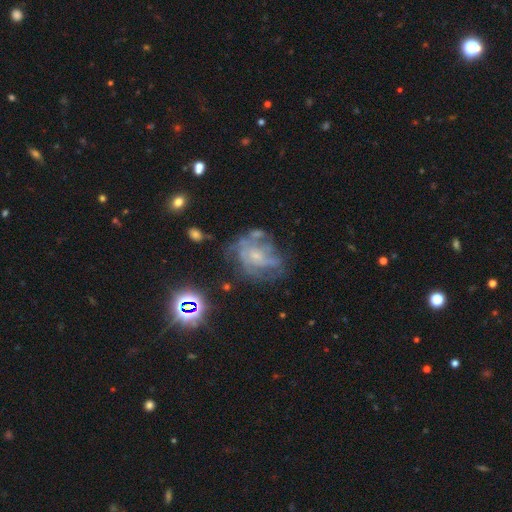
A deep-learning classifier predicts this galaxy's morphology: Smooth or featured? Predicted: featured or disk (p=0.69). Edge-on disk? Predicted: no (p=0.97). Bar? Predicted: no (p=0.74). Spiral arms? Predicted: yes (p=0.70). Bulge size? Predicted: small (p=0.63). Merging? Predicted: none (p=0.49).